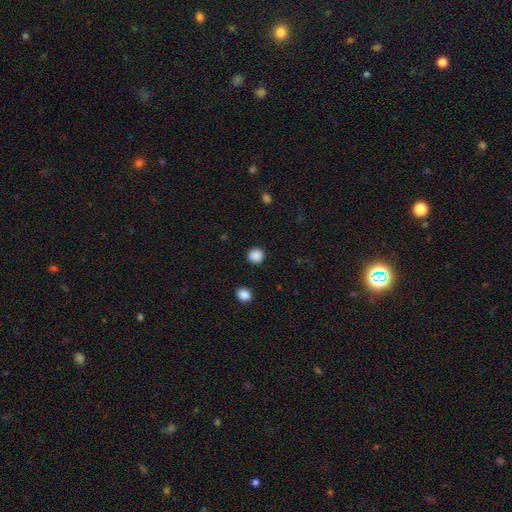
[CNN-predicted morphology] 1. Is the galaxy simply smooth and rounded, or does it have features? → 88% smooth, 10% star or artifact, 2% featured or disk.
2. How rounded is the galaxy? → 91% round, 8% in between, 1% cigar-shaped.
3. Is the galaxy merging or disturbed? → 91% none, 5% minor disturbance, 2% major disturbance, 1% merger.